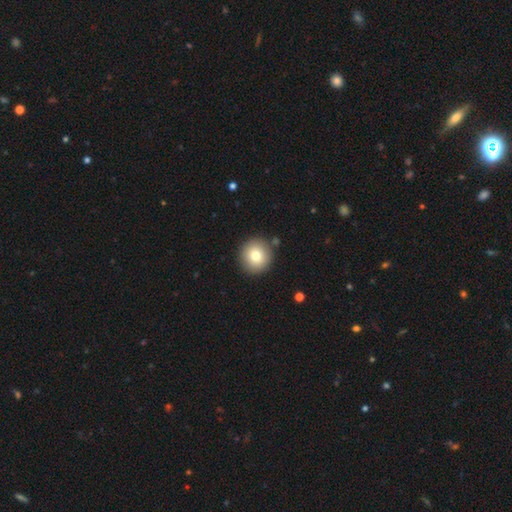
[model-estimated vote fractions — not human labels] Smooth or featured: smooth — 78% (featured or disk — 12%)
How rounded: round — 93% (in between — 6%)
Merging: none — 88% (minor disturbance — 7%)